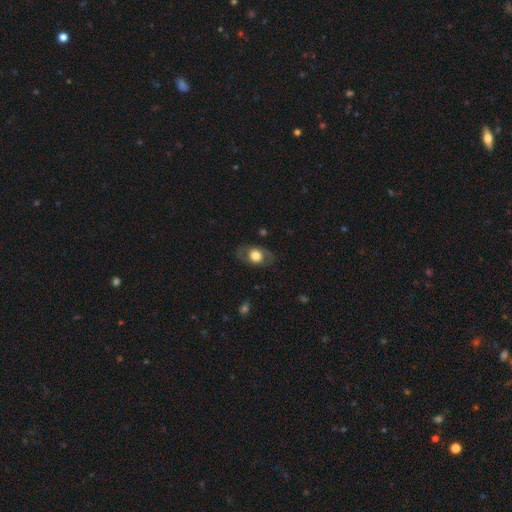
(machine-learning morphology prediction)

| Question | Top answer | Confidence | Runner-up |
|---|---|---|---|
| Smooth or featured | smooth | 54% | featured or disk (40%) |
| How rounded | in between | 72% | round (27%) |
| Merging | none | 78% | minor disturbance (14%) |